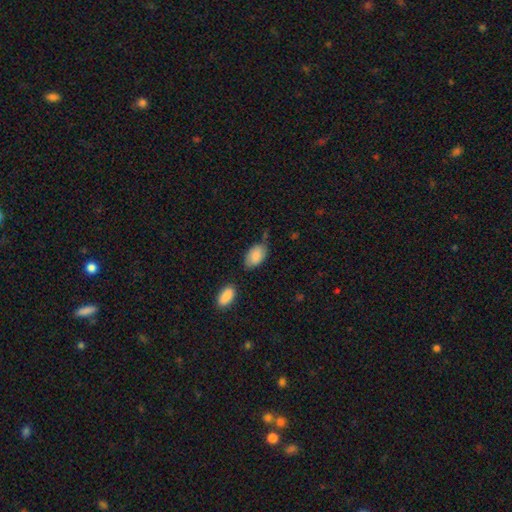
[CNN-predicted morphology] smooth-or-featured: smooth: 85% | featured or disk: 9% | star or artifact: 6%
  how-rounded: in between: 93% | round: 6% | cigar-shaped: 2%
  merging: none: 56% | minor disturbance: 28% | merger: 8% | major disturbance: 7%